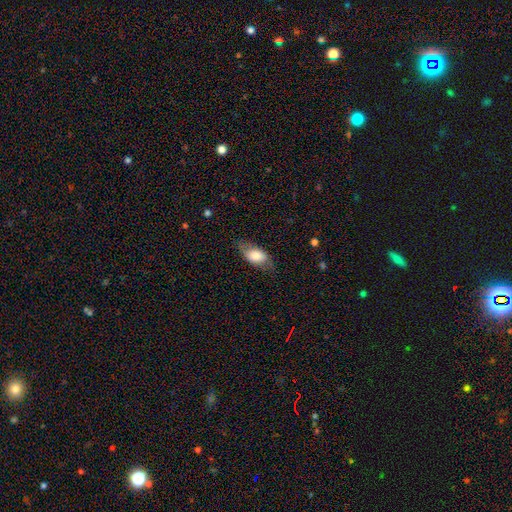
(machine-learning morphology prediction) This appears to be a smooth galaxy with no disk features (71%) that is in between round and cigar-shaped (88%). Merging: none (69%).